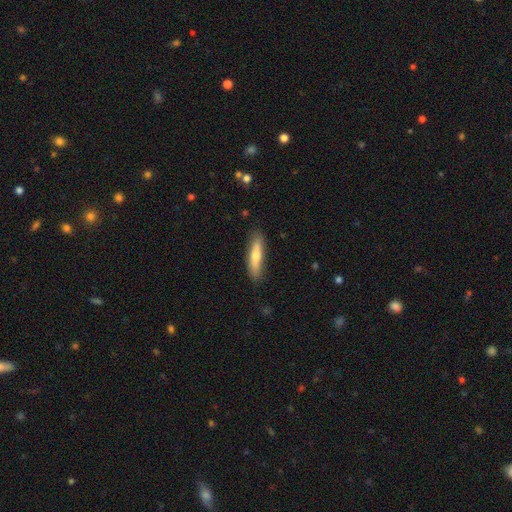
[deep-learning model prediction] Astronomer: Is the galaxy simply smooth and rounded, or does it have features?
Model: smooth — 65%.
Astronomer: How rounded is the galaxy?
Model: cigar-shaped — 79%.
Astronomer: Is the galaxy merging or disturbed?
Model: none — 85%.